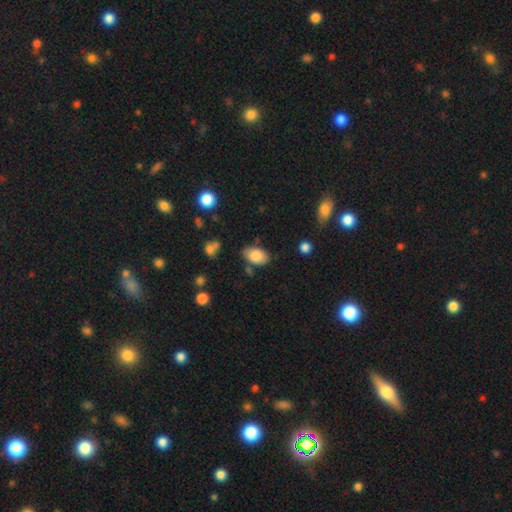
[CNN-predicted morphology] Smooth or featured? Predicted: smooth (p=0.84). How rounded? Predicted: in between (p=0.90). Merging? Predicted: none (p=0.73).